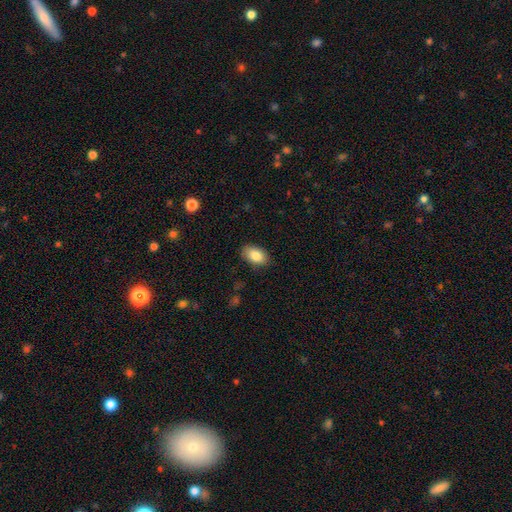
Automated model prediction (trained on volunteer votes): The model was most divided on "merging": none: 86%, minor disturbance: 11%, major disturbance: 2%, merger: 1%. More confident: how rounded — in between (92%); smooth or featured — smooth (85%).